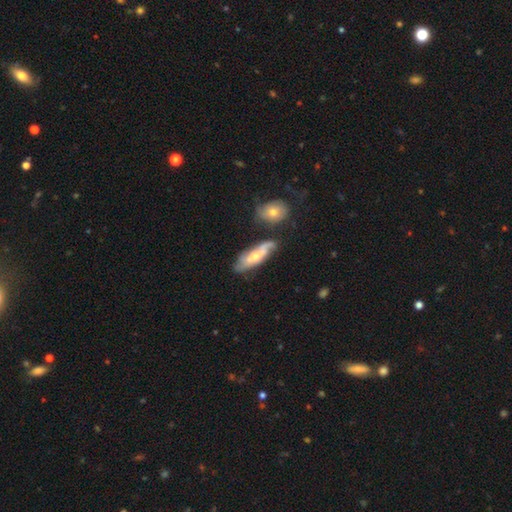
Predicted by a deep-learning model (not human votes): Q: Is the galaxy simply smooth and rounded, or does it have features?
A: featured or disk — 56%.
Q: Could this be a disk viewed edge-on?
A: no — 74%.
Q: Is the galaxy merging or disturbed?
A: none — 54%.